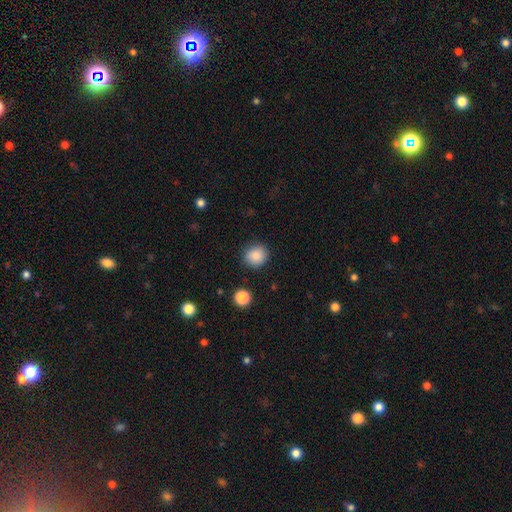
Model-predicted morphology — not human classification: Q: Smooth or featured?
A: smooth (86%); runner-up: star or artifact (9%)
Q: How rounded?
A: round (82%); runner-up: in between (17%)
Q: Merging?
A: none (86%); runner-up: minor disturbance (10%)